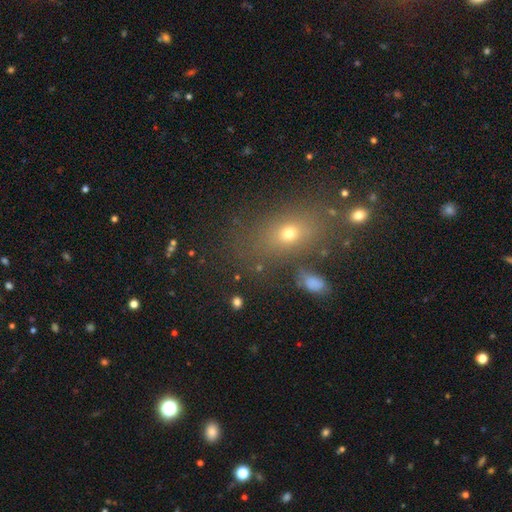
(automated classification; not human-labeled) A smooth galaxy with no disk features (57%) that is in between round and cigar-shaped (68%).

Vote fractions:
- Smooth or featured? smooth: 57% / star or artifact: 28% / featured or disk: 16%
- How rounded? in between: 68% / round: 26% / cigar-shaped: 6%
- Merging? none: 77% / minor disturbance: 10% / merger: 7% / major disturbance: 5%